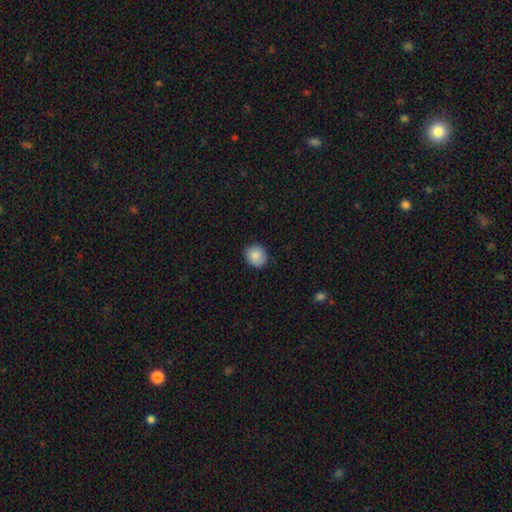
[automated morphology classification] This is clearly a smooth galaxy (88%). How rounded: clearly round (80%). Merging: clearly none (87%).